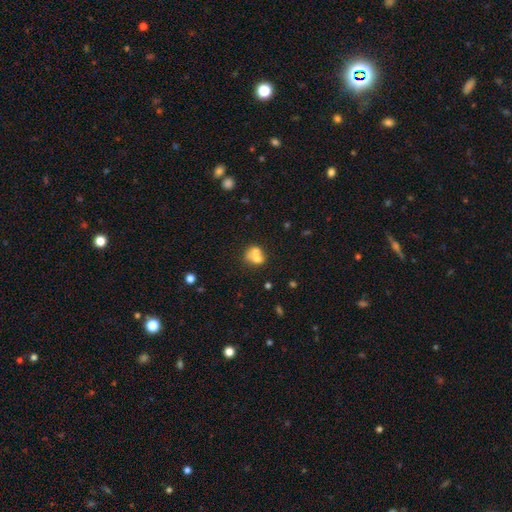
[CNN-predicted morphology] This is likely a smooth galaxy (61%). How rounded: likely round (62%). Merging: likely merger (64%).